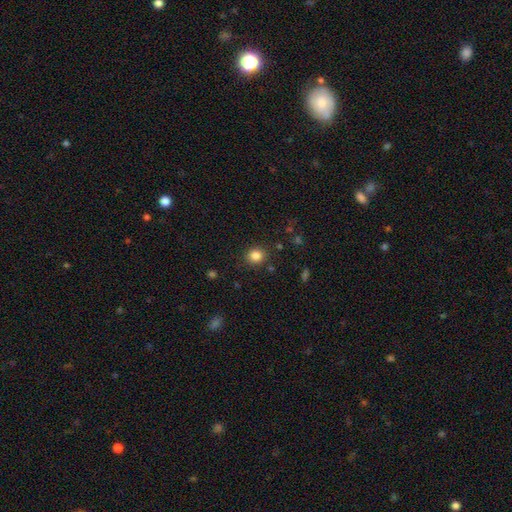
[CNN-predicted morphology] type=smooth (83%); roundness=round (83%); merging=none (88%).